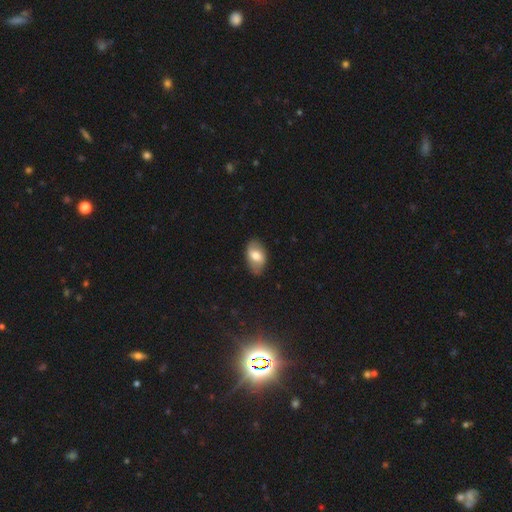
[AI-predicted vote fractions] Morphology: type=smooth (65%); roundness=in between (91%); merging=none (80%).